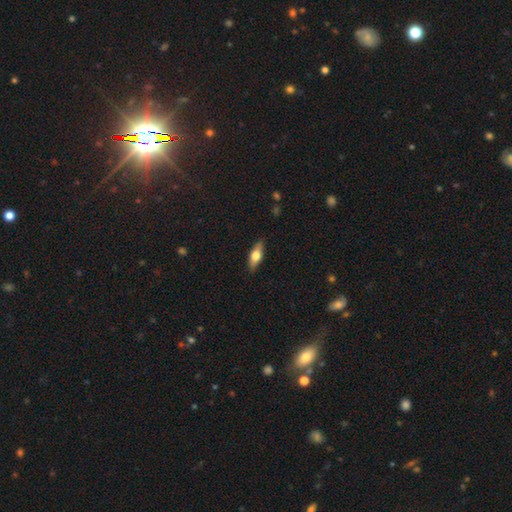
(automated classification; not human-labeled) smooth 53%, featured or disk 41%, star or artifact 6%. Down the decision tree: how rounded — in between (57%); merging — none (87%).